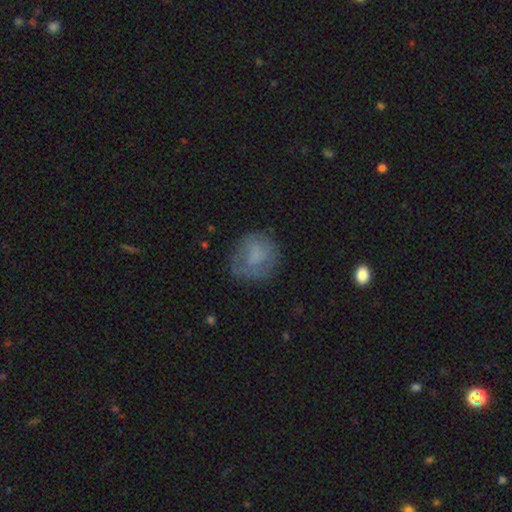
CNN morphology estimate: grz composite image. It shows a smooth galaxy with no disk features (62%) that is round (76%). Merging: none (65%).